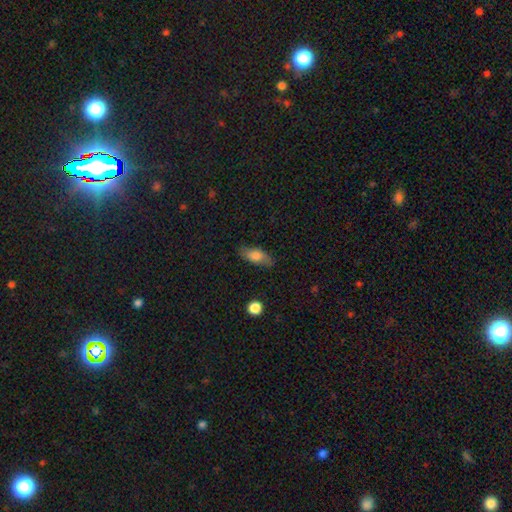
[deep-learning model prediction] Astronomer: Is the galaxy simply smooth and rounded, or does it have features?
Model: smooth — 76%.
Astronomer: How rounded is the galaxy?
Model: in between — 77%.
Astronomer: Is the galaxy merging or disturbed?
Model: none — 75%.